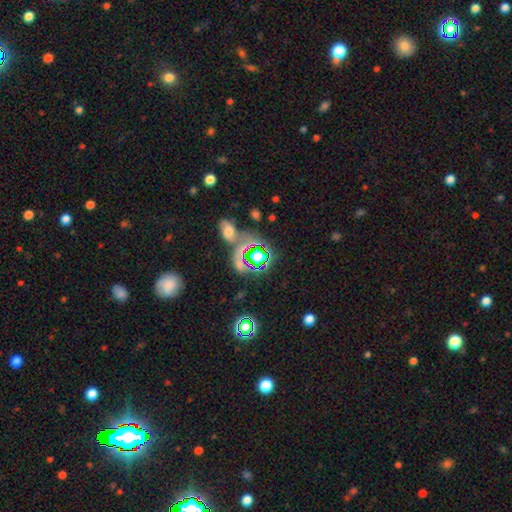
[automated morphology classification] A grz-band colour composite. It shows a star or artifact, not a galaxy (57%).